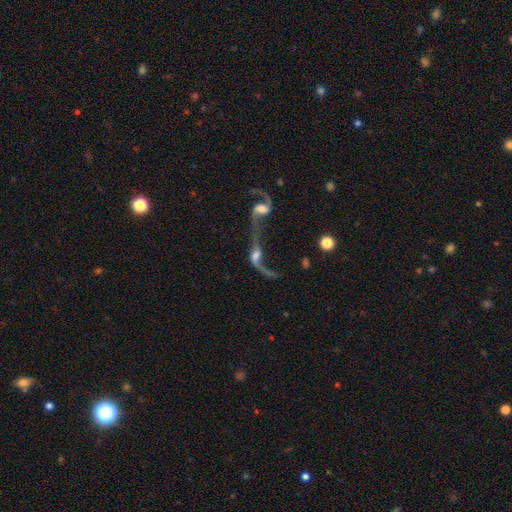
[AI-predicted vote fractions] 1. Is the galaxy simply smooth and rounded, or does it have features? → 69% featured or disk, 21% smooth, 10% star or artifact.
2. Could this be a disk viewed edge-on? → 88% no, 12% yes.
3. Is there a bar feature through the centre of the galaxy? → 55% no, 32% weak, 13% strong.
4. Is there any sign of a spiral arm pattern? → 75% yes, 25% no.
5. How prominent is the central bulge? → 42% moderate, 21% small, 18% large, 15% none, 4% dominant.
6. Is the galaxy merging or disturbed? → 80% merger, 10% major disturbance, 6% none, 3% minor disturbance.